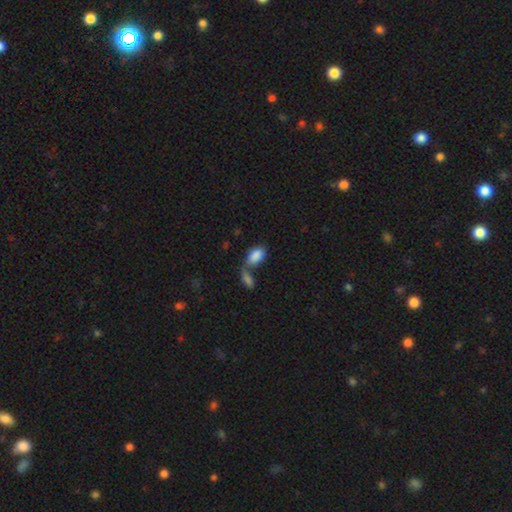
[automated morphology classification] A smooth galaxy with no disk features (87%) that is in between round and cigar-shaped (93%).

Vote fractions:
- Smooth or featured? smooth: 87% / star or artifact: 7% / featured or disk: 6%
- How rounded? in between: 93% / round: 5% / cigar-shaped: 2%
- Merging? merger: 55% / none: 29% / minor disturbance: 9% / major disturbance: 6%